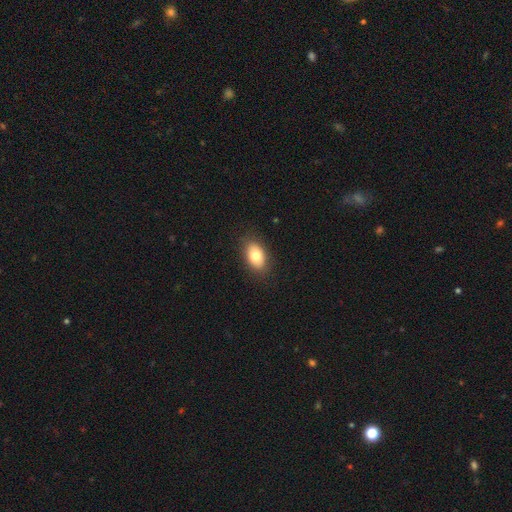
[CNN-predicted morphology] This appears to be a smooth galaxy with no disk features (80%) that is in between round and cigar-shaped (89%). Merging: none (86%).